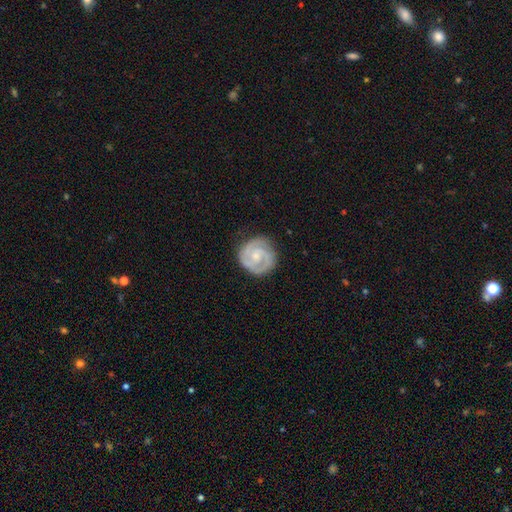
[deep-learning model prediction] Smooth or featured? Predicted: featured or disk (p=0.85). Edge-on disk? Predicted: no (p=0.98). Bar? Predicted: no (p=0.60). Spiral arms? Predicted: yes (p=0.97). Spiral winding? Predicted: tight (p=0.64). Spiral arm count? Predicted: 2 (p=0.71). Bulge size? Predicted: small (p=0.59). Merging? Predicted: none (p=0.81).